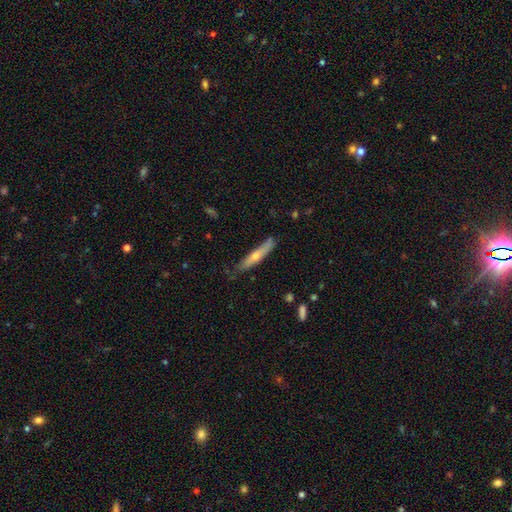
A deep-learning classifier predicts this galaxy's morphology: type=featured or disk (49%); merging=none (74%).